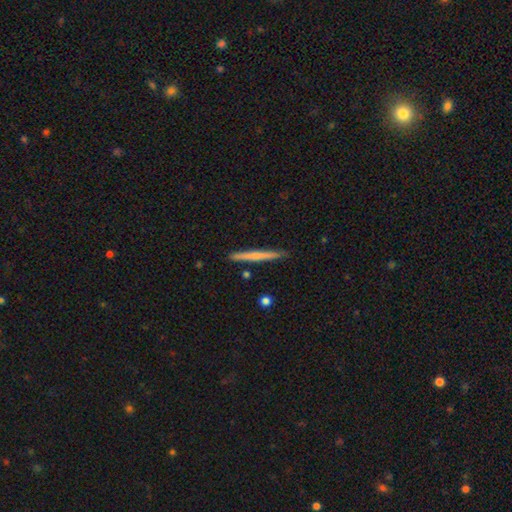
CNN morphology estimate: smooth-or-featured: smooth: 54% | featured or disk: 40% | star or artifact: 6%
  how-rounded: cigar-shaped: 97% | in between: 2% | round: 1%
  merging: none: 90% | minor disturbance: 7% | merger: 2% | major disturbance: 1%